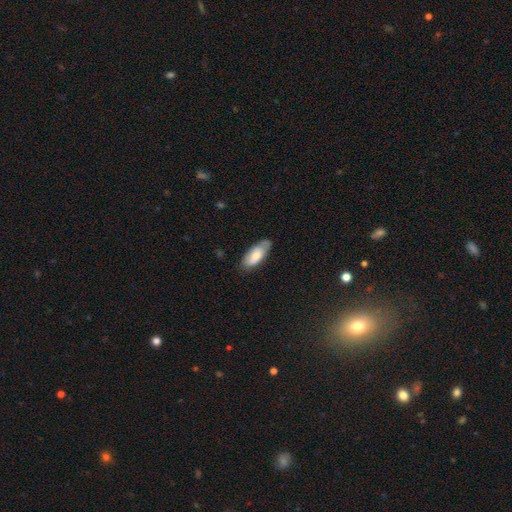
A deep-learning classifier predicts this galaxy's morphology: Smooth or featured: smooth — 74% (featured or disk — 20%)
How rounded: in between — 83% (cigar-shaped — 15%)
Merging: none — 72% (minor disturbance — 23%)